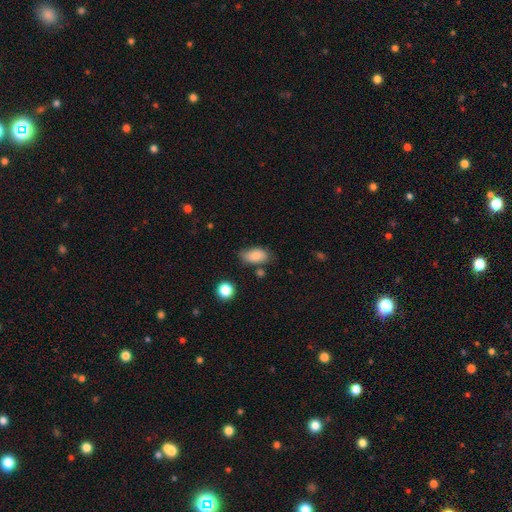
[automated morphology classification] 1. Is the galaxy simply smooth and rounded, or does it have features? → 84% smooth, 8% star or artifact, 8% featured or disk.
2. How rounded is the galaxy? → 91% in between, 6% round, 3% cigar-shaped.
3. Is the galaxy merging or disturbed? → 65% none, 25% minor disturbance, 5% major disturbance, 5% merger.